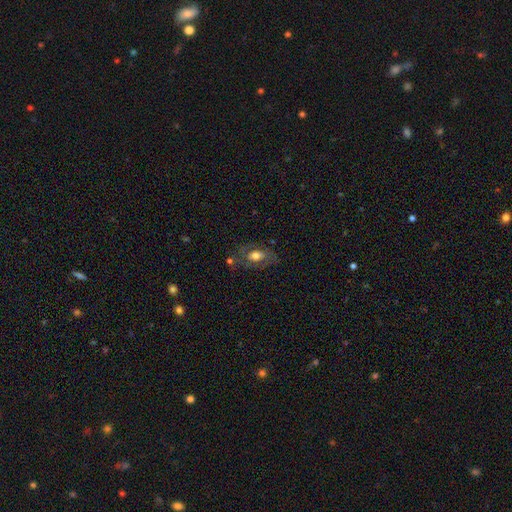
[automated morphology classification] This appears to be a featured or disk galaxy (46%). Merging: none (61%).